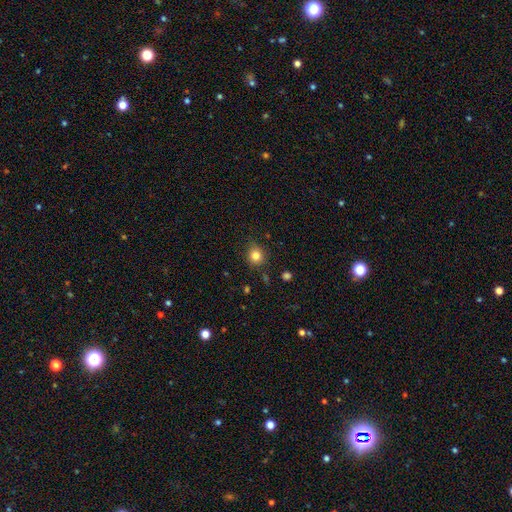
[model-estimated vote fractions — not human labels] Smooth or featured? Predicted: smooth (p=0.82). How rounded? Predicted: round (p=0.85). Merging? Predicted: none (p=0.82).